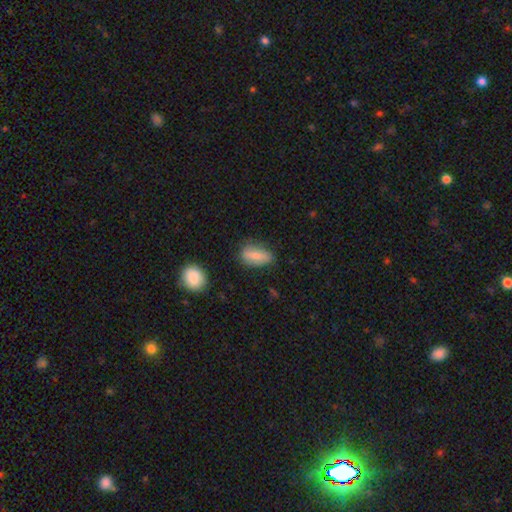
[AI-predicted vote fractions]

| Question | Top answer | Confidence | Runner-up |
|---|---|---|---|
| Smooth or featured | smooth | 71% | featured or disk (21%) |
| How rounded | in between | 86% | cigar-shaped (8%) |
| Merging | none | 67% | minor disturbance (25%) |